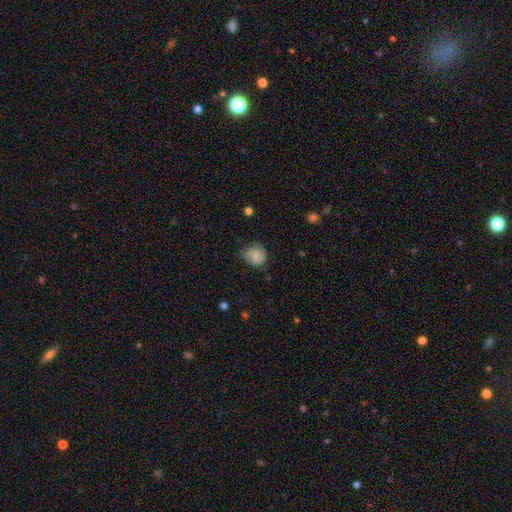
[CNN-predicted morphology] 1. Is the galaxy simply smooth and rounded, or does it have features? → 75% smooth, 16% featured or disk, 8% star or artifact.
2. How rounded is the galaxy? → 76% round, 23% in between, 1% cigar-shaped.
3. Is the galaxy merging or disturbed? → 58% none, 32% minor disturbance, 8% major disturbance, 1% merger.